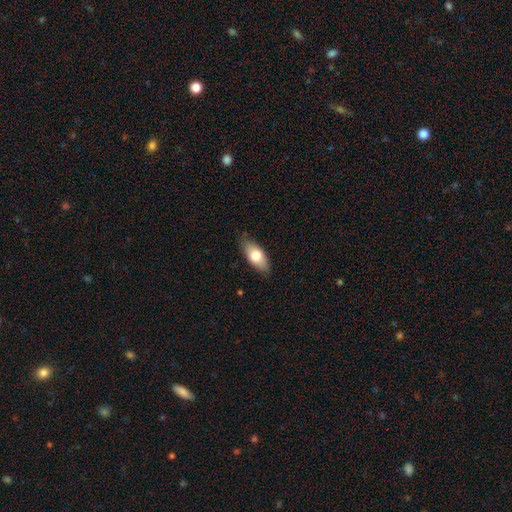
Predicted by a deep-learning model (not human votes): Smooth or featured?
  - smooth: 73% *
  - featured or disk: 21%
  - star or artifact: 6%
How rounded?
  - in between: 88% *
  - cigar-shaped: 9%
  - round: 3%
Merging?
  - none: 82% *
  - minor disturbance: 15%
  - major disturbance: 2%
  - merger: 1%